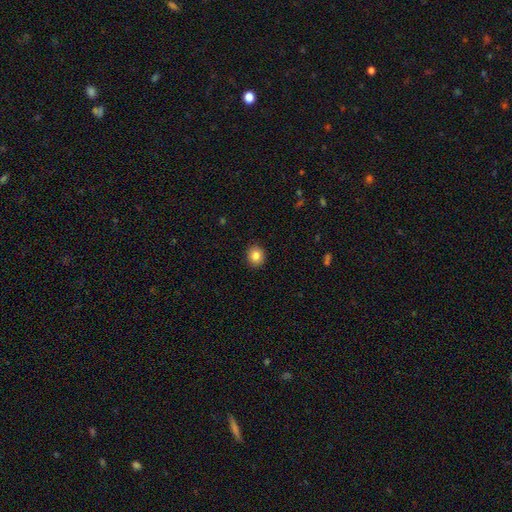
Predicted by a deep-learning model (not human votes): A smooth galaxy with no disk features (84%) that is round (80%).

Vote fractions:
- Smooth or featured? smooth: 84% / star or artifact: 9% / featured or disk: 7%
- How rounded? round: 80% / in between: 19% / cigar-shaped: 1%
- Merging? none: 91% / minor disturbance: 6% / major disturbance: 2% / merger: 1%